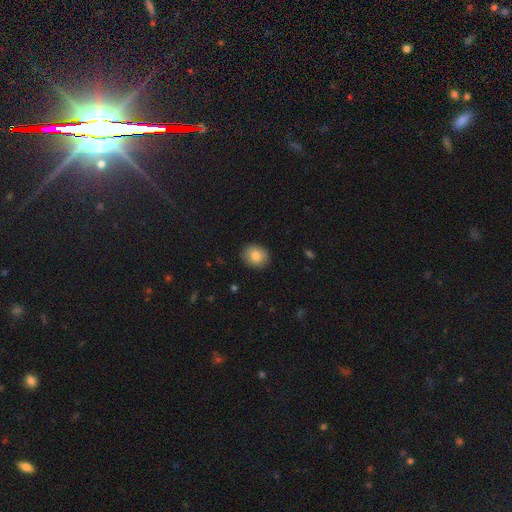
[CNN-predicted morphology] The model was most divided on "how rounded": round: 63%, in between: 36%, cigar-shaped: 1%. More confident: merging — none (88%); smooth or featured — smooth (83%).